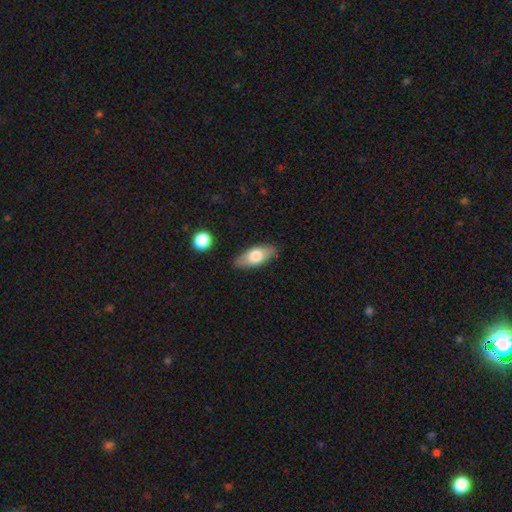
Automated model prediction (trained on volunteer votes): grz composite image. It shows a smooth galaxy with no disk features (71%) that is in between round and cigar-shaped (84%). Merging: none (84%).